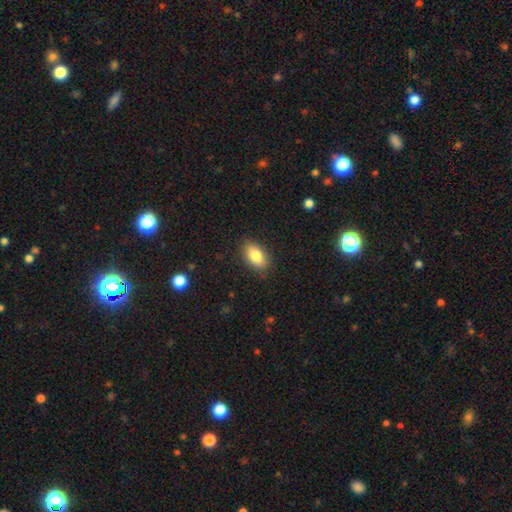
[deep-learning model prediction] Smooth or featured?
  - smooth: 84% *
  - featured or disk: 9%
  - star or artifact: 7%
How rounded?
  - in between: 92% *
  - round: 5%
  - cigar-shaped: 4%
Merging?
  - none: 87% *
  - minor disturbance: 10%
  - major disturbance: 2%
  - merger: 1%